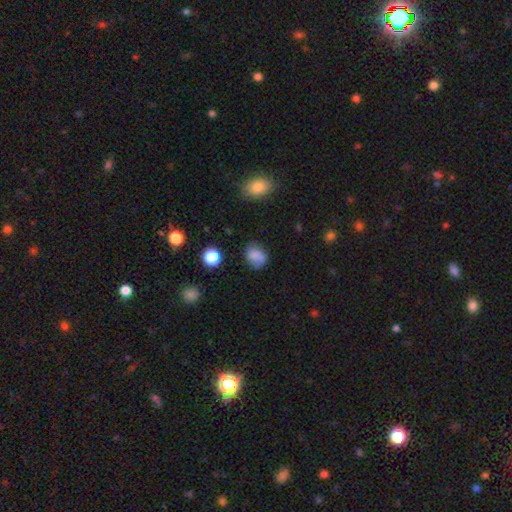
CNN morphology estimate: Smooth or featured? Predicted: smooth (p=0.72). How rounded? Predicted: in between (p=0.50). Merging? Predicted: none (p=0.62).